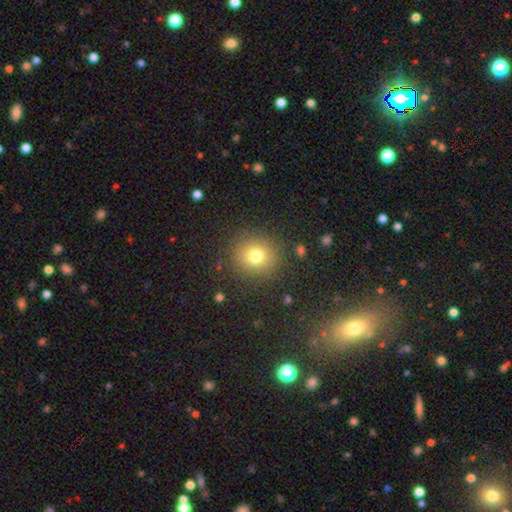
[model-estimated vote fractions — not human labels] Q: Smooth or featured?
A: smooth (76%); runner-up: star or artifact (15%)
Q: How rounded?
A: round (89%); runner-up: in between (10%)
Q: Merging?
A: none (87%); runner-up: minor disturbance (7%)